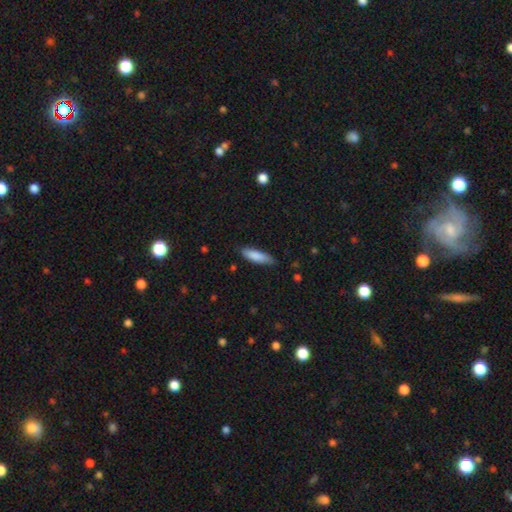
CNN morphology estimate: Smooth or featured? smooth (84%)
How rounded? cigar-shaped (57%)
Merging? none (77%)